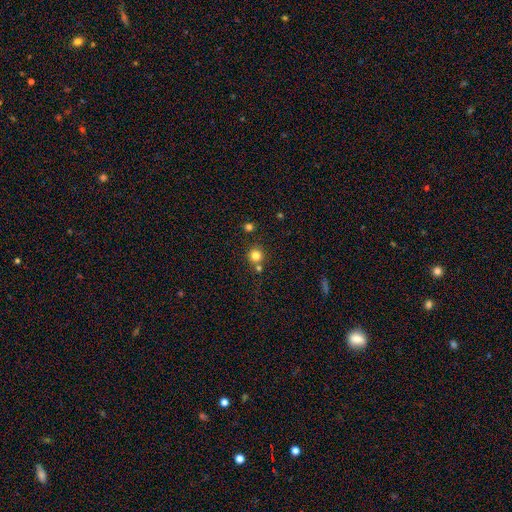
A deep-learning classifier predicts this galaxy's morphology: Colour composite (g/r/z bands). It shows a smooth galaxy with no disk features (80%) that is round (93%). Merging: none (73%).